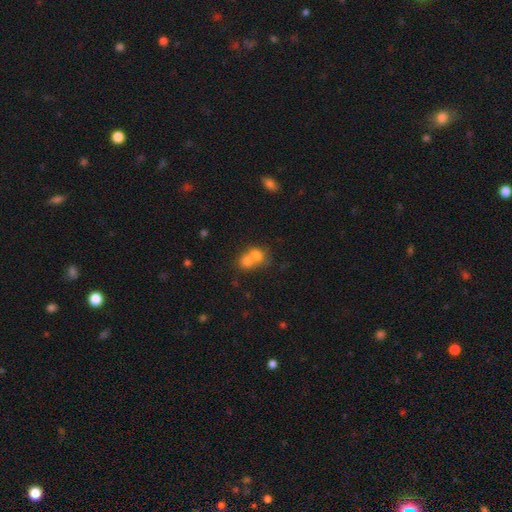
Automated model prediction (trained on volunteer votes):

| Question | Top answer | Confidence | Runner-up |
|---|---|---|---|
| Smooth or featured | smooth | 74% | featured or disk (16%) |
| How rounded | round | 66% | in between (33%) |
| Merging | merger | 69% | none (23%) |